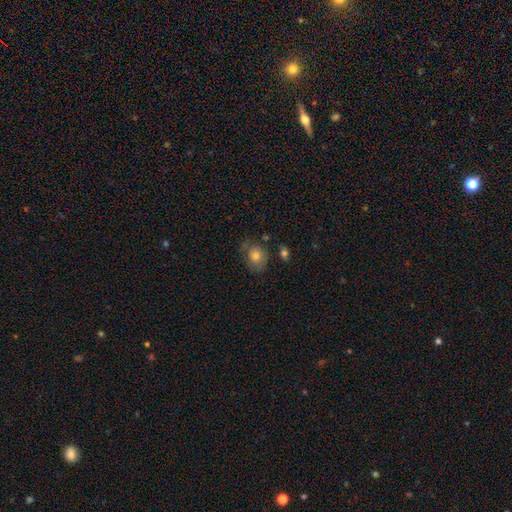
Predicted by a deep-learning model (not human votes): smooth 62%, featured or disk 27%, star or artifact 11%. Down the decision tree: how rounded — round (59%); merging — none (58%).